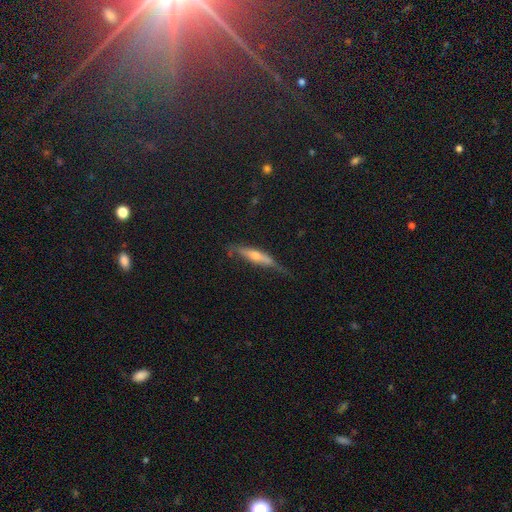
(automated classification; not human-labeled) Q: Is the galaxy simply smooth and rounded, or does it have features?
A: featured or disk — 58%.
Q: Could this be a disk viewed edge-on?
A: yes — 86%.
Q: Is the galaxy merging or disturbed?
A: none — 58%.